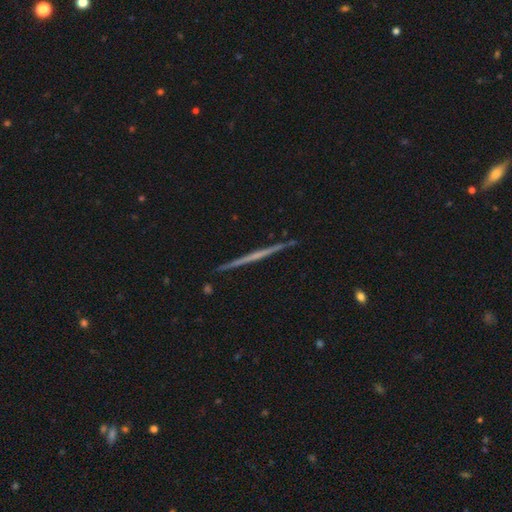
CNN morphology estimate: Overall: featured or disk (72%). Edge-on disk: yes (98%). Edge-on bulge: none (79%). Merging: none (92%).